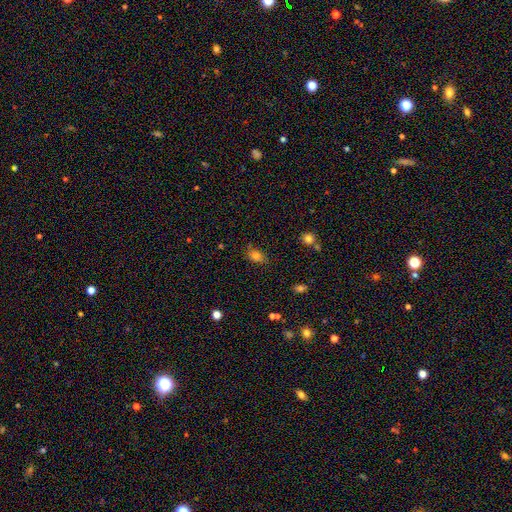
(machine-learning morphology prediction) Overall: smooth (79%). How rounded: in between (78%). Merging: none (74%).